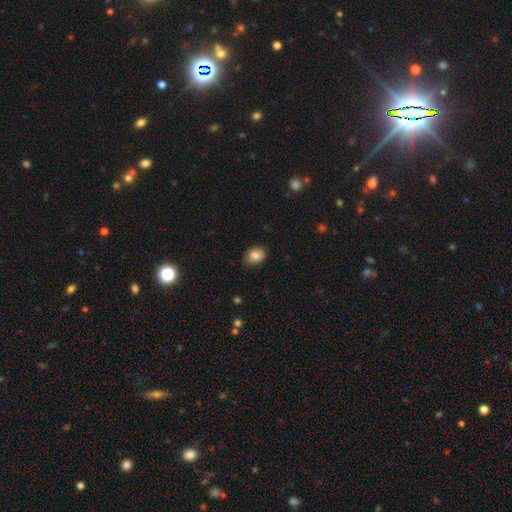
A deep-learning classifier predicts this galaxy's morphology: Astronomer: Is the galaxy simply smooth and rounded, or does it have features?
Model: smooth — 84%.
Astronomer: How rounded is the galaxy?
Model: in between — 67%.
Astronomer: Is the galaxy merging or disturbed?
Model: none — 83%.